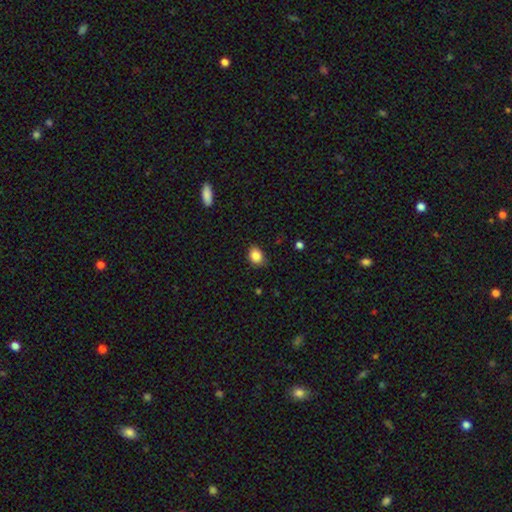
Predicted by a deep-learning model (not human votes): This is clearly a smooth galaxy (85%). How rounded: likely in between (60%). Merging: likely none (79%).